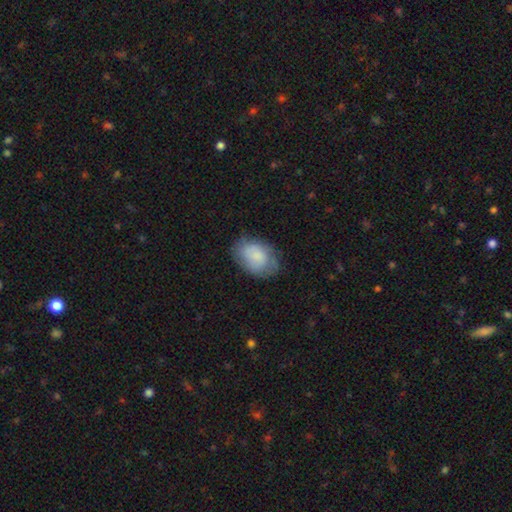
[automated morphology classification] Smooth or featured: smooth — 74% (featured or disk — 19%)
How rounded: in between — 80% (round — 19%)
Merging: none — 65% (minor disturbance — 25%)